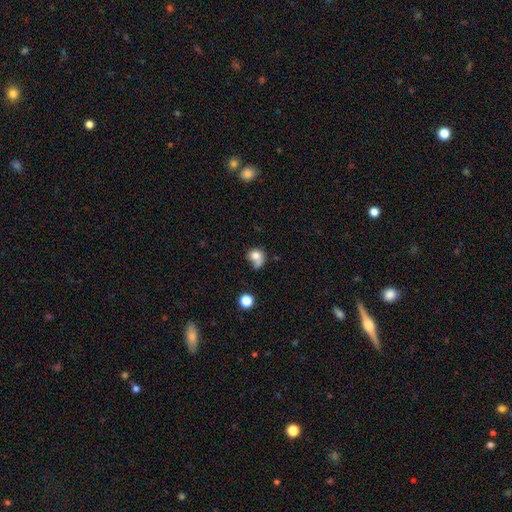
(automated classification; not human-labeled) This appears to be a smooth galaxy with no disk features (75%) that is round (70%). Merging: none (35%).